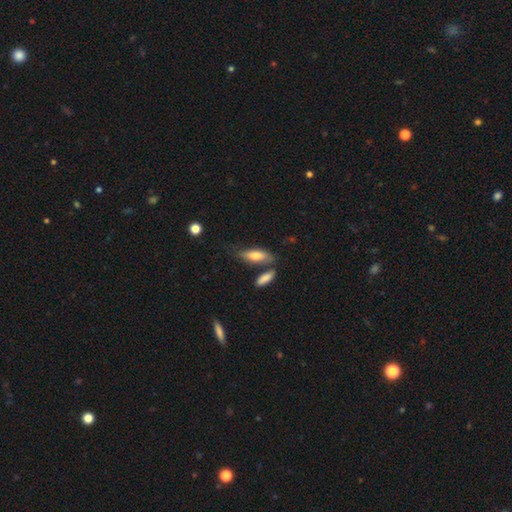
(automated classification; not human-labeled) smooth_or_featured: smooth (p=0.72) [alt: featured or disk p=0.22]
how_rounded: in between (p=0.58) [alt: cigar-shaped p=0.39]
merging: none (p=0.58) [alt: minor disturbance p=0.19]